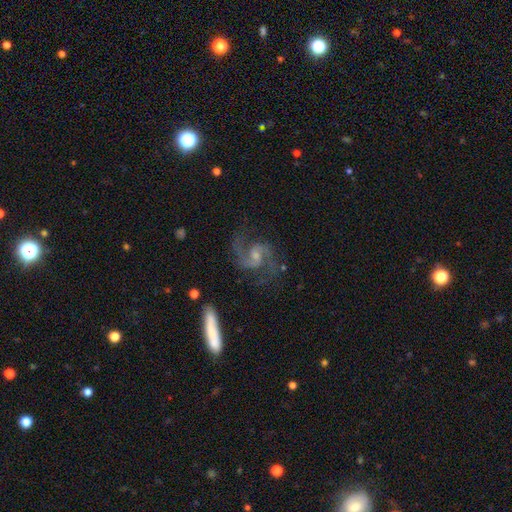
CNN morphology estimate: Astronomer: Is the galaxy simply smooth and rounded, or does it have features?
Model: featured or disk — 90%.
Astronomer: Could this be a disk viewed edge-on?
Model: no — 97%.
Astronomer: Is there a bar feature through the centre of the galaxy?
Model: weak — 43%, tied with no at 43%.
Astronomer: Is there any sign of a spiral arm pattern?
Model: yes — 98%.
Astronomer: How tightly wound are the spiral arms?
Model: medium — 56%.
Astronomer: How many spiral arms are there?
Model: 2 — 92%.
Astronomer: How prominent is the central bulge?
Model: small — 56% (runner-up: moderate, 33%).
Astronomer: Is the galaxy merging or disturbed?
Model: none — 74%.